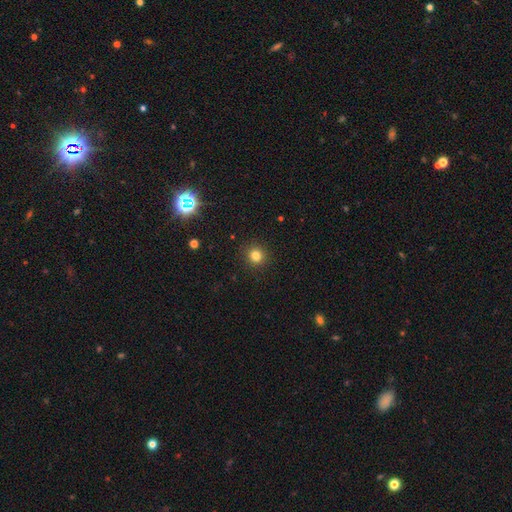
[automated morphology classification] type=smooth (81%); roundness=round (93%); merging=none (92%).